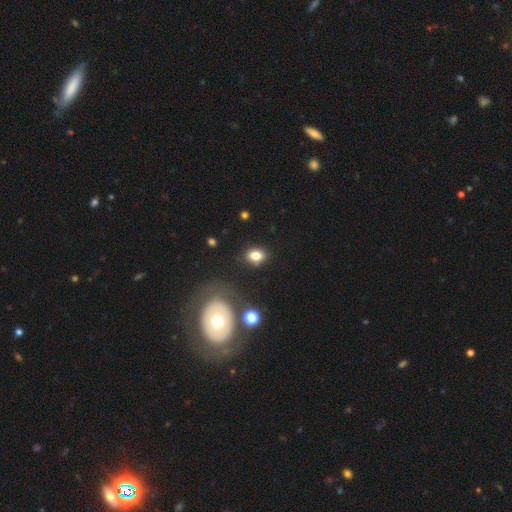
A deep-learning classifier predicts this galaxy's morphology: A smooth galaxy with no disk features (80%) that is in between round and cigar-shaped (66%). Merging: none (82%).